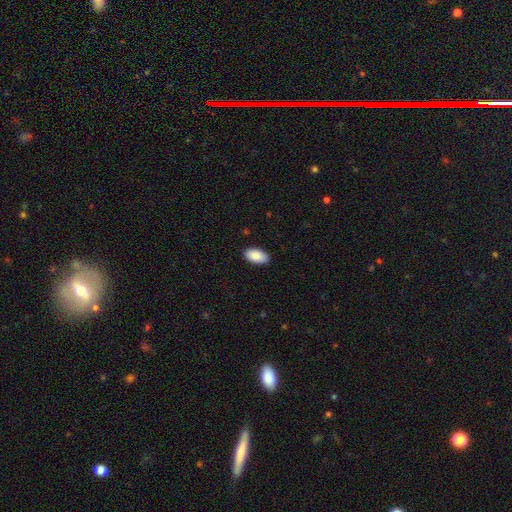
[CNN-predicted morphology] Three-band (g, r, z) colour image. It shows a smooth galaxy with no disk features (89%) that is in between round and cigar-shaped (95%). Merging: none (89%).